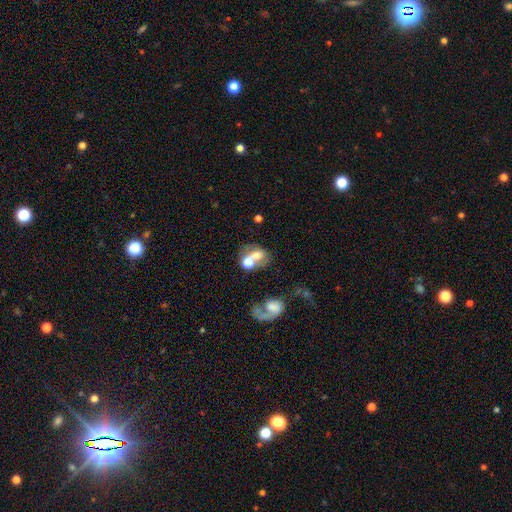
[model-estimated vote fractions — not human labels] A smooth galaxy with no disk features (57%) that is in between round and cigar-shaped (58%). Merging: merger (49%).